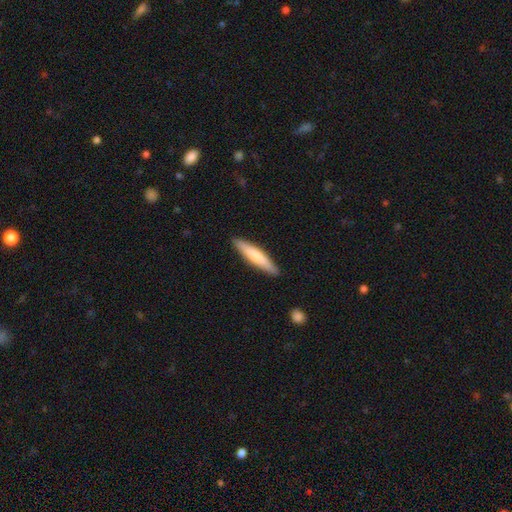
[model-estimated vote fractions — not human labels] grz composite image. It shows a smooth galaxy with no disk features (70%) that is cigar-shaped (87%). Merging: none (89%).